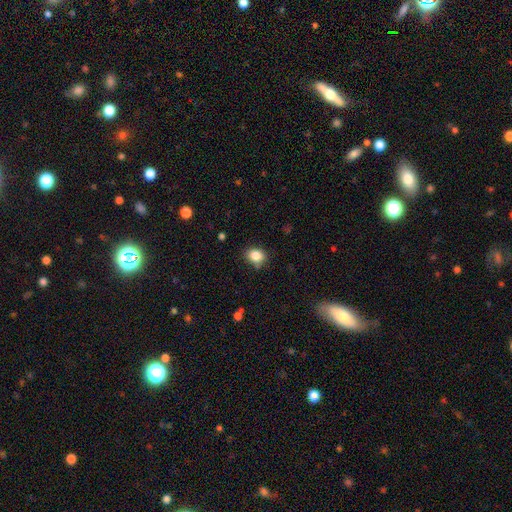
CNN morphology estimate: A smooth galaxy with no disk features (85%) that is in between round and cigar-shaped (52%). Merging: none (79%).